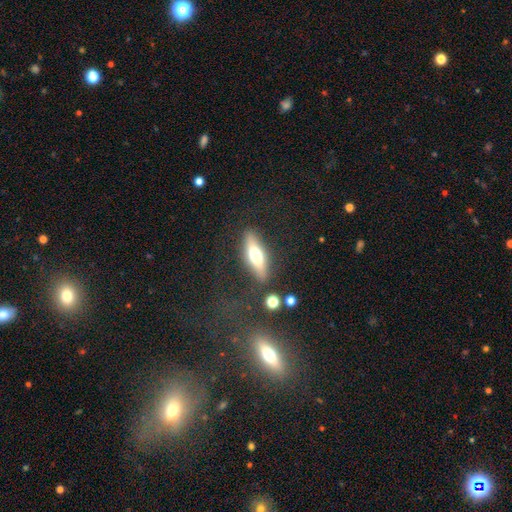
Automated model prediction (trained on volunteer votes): Smooth or featured? smooth (54%)
How rounded? cigar-shaped (52%)
Merging? none (81%)